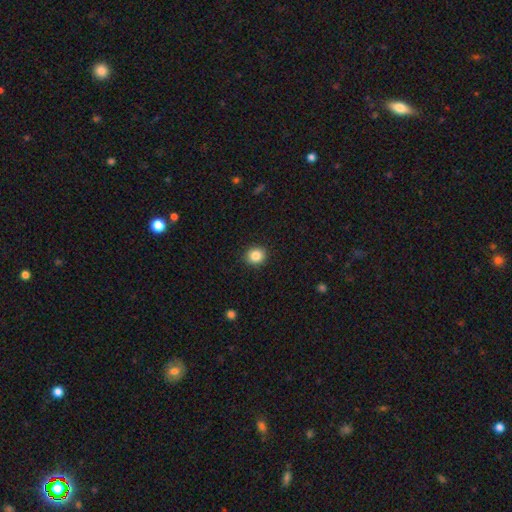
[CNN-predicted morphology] A smooth galaxy with no disk features (85%) that is round (84%). Merging: none (92%).